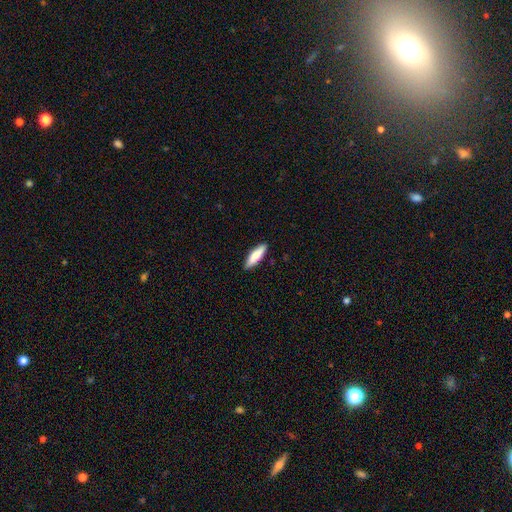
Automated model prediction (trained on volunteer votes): smooth 76%, featured or disk 19%, star or artifact 5%. Down the decision tree: how rounded — cigar-shaped (62%); merging — none (90%).